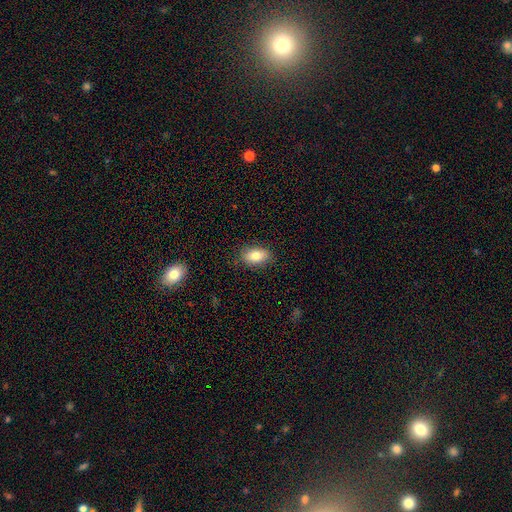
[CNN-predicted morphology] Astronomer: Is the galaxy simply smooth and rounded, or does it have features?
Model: smooth — 82%.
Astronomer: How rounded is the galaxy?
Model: in between — 89%.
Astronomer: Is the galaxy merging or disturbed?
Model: none — 85%.